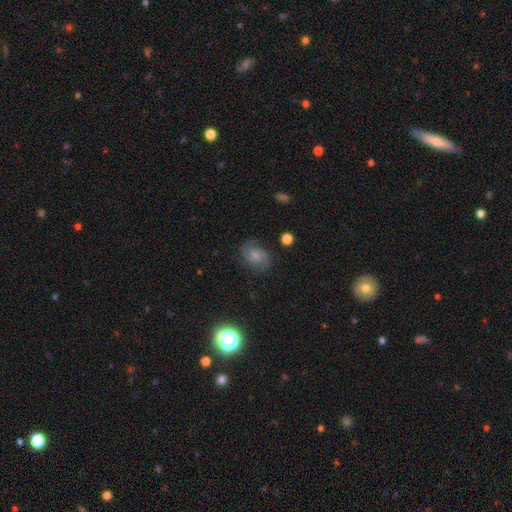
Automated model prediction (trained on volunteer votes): This is likely a featured or disk galaxy (65%). It is clearly not viewed edge-on (97%). Bar: possibly no (49%). Spiral arm pattern: clearly yes (93%). Spiral arm count: clearly 2 (83%). Spiral winding: possibly medium (48%). Central bulge: marginally small (38%). Merging: likely none (78%).